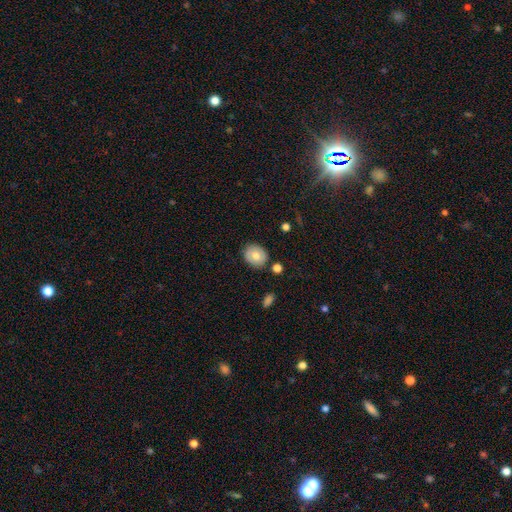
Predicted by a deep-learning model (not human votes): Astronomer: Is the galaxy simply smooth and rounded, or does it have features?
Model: smooth — 69%.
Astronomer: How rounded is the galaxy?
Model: round — 65%.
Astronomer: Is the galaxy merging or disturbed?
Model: none — 84%.